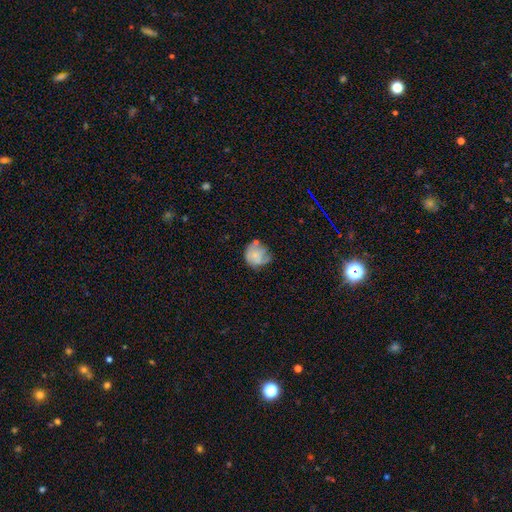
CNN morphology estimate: Overall: smooth (62%; featured or disk 29%). How rounded: round (81%). Merging: none (48%; minor disturbance 31%).